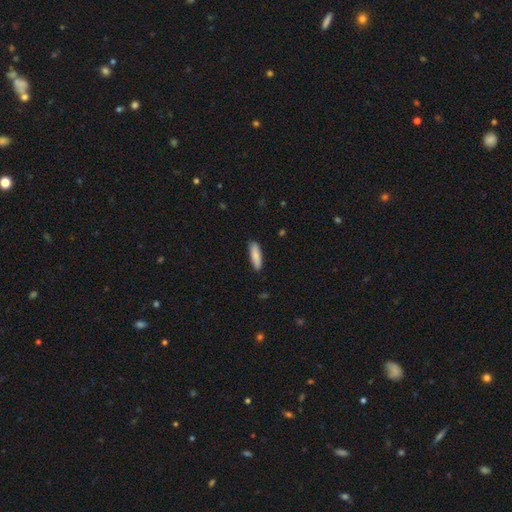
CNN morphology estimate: smooth-or-featured: smooth: 84% | featured or disk: 10% | star or artifact: 6%
  how-rounded: cigar-shaped: 63% | in between: 35% | round: 2%
  merging: none: 89% | minor disturbance: 9% | major disturbance: 2% | merger: 1%